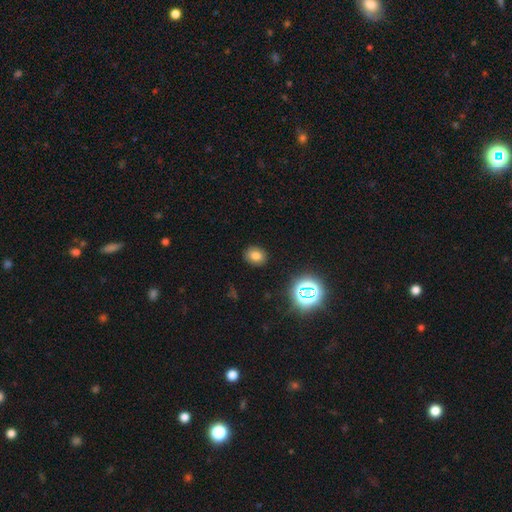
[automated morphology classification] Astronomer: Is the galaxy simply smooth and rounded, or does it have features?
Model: smooth — 74%.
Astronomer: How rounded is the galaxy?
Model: round — 55% (runner-up: in between, 44%).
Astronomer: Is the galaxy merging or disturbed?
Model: none — 89%.